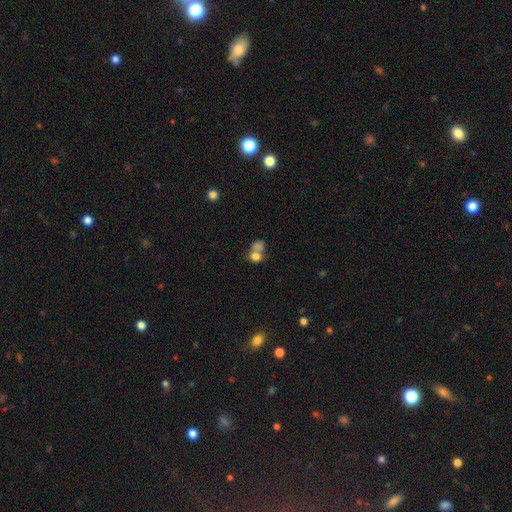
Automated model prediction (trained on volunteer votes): This is likely a smooth galaxy (76%). How rounded: likely round (62%). Merging: possibly merger (59%).